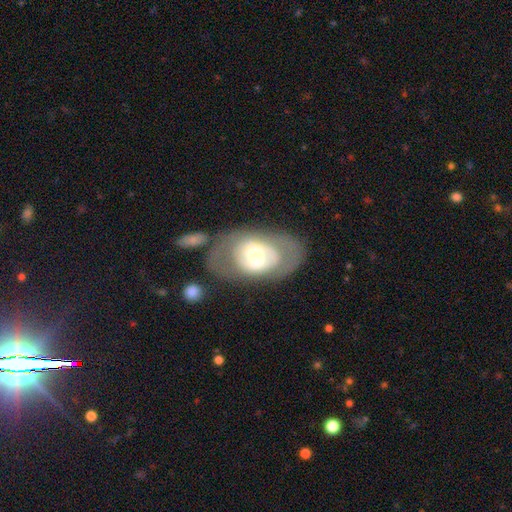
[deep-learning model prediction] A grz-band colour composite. It shows a featured or disk galaxy (64%) with a weak bar (39%), no spiral arms (52%) and a small central bulge (41%, tied with moderate). Merging: none (62%).